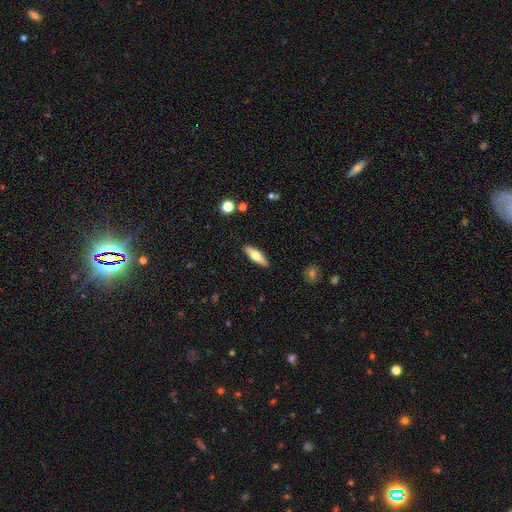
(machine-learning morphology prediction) Q: Smooth or featured?
A: smooth (59%); runner-up: featured or disk (35%)
Q: How rounded?
A: in between (52%); runner-up: cigar-shaped (46%)
Q: Merging?
A: none (89%); runner-up: minor disturbance (8%)